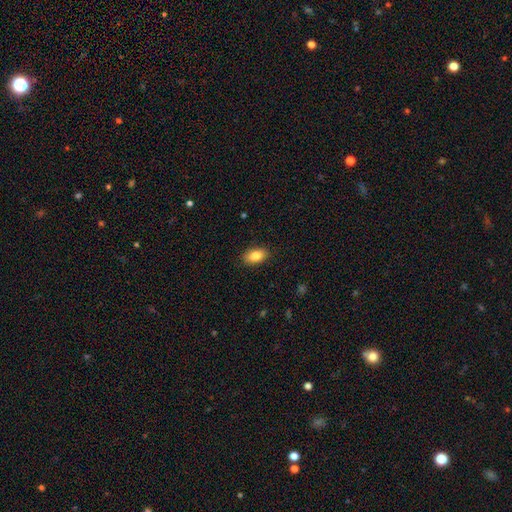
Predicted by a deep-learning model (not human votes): Smooth or featured?
  - smooth: 85% *
  - featured or disk: 8%
  - star or artifact: 7%
How rounded?
  - in between: 92% *
  - round: 6%
  - cigar-shaped: 2%
Merging?
  - none: 88% *
  - minor disturbance: 9%
  - major disturbance: 2%
  - merger: 1%